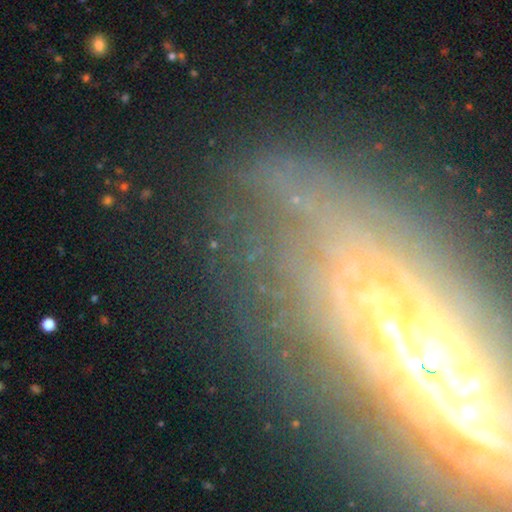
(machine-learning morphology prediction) This is possibly a featured or disk galaxy (58%). It is likely not viewed edge-on (69%). Merging: likely none (66%).